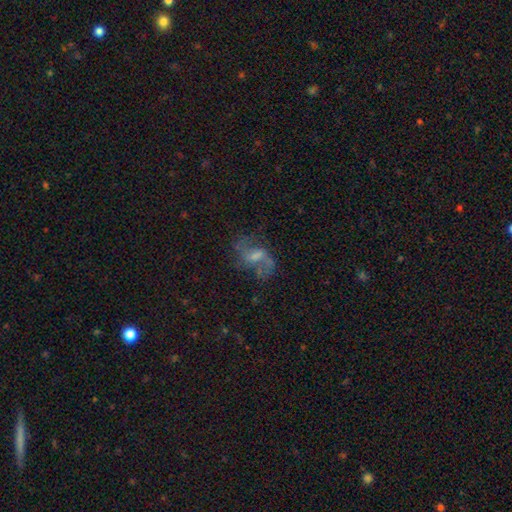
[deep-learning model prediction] Q: Smooth or featured?
A: featured or disk (69%); runner-up: smooth (17%)
Q: Edge-on disk?
A: no (96%); runner-up: yes (4%)
Q: Bar?
A: weak (51%); runner-up: no (32%)
Q: Spiral arms?
A: yes (85%); runner-up: no (15%)
Q: Spiral winding?
A: loose (65%); runner-up: medium (28%)
Q: Spiral arm count?
A: 2 (83%); runner-up: can't tell (7%)
Q: Bulge size?
A: small (36%); runner-up: moderate (35%)
Q: Merging?
A: none (61%); runner-up: minor disturbance (18%)